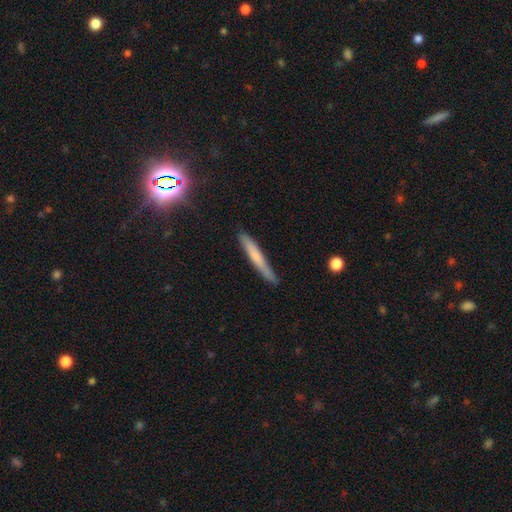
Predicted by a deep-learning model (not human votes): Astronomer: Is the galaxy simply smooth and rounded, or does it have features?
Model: smooth — 59%.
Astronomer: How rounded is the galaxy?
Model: cigar-shaped — 95%.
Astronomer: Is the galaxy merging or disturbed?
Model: none — 83%.